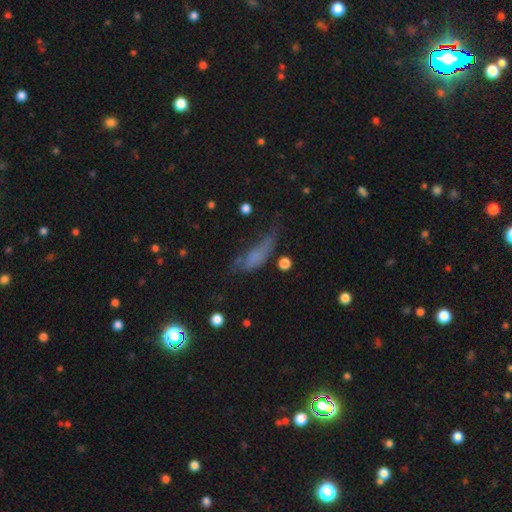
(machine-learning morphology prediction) Smooth or featured: smooth — 59% (featured or disk — 25%)
How rounded: in between — 55% (cigar-shaped — 41%)
Merging: none — 34% (major disturbance — 31%)